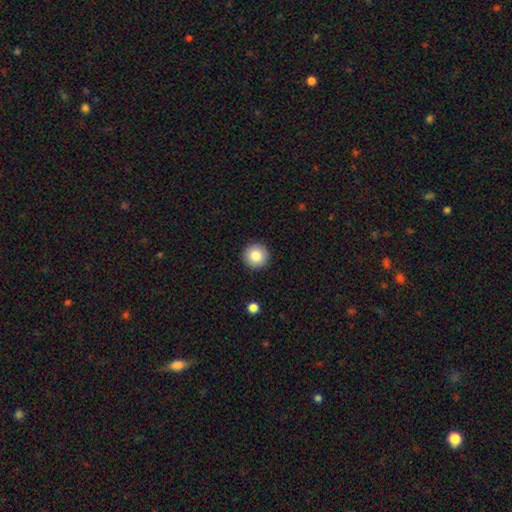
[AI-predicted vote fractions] Smooth or featured: smooth — 83% (star or artifact — 9%)
How rounded: round — 96% (in between — 3%)
Merging: none — 92% (minor disturbance — 5%)